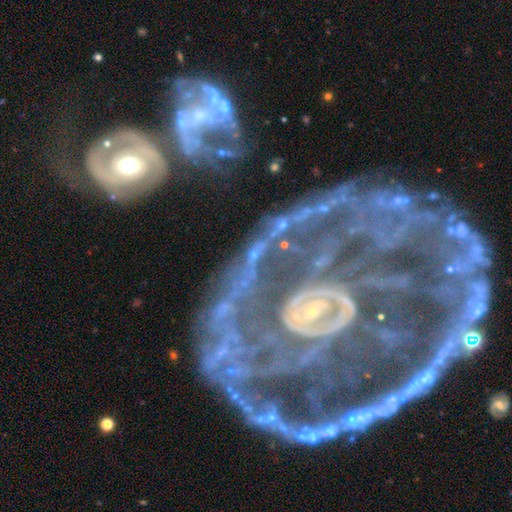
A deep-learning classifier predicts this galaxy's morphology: This appears to be a featured or disk galaxy (71%) with no bar (49%), tight (61%) spiral arms (87%) and a small central bulge (56%). Merging: none (45%).